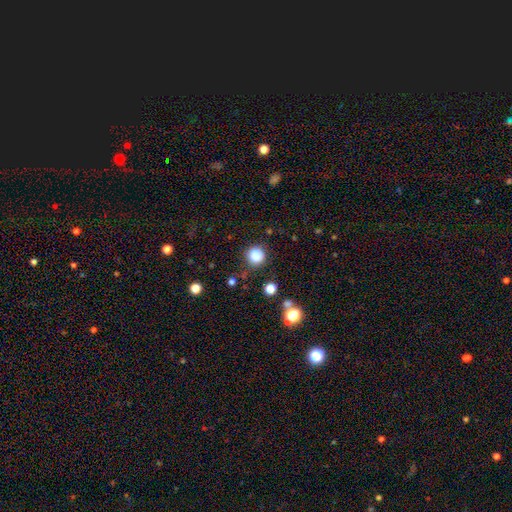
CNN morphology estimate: Overall: smooth (84%). How rounded: round (93%). Merging: none (82%).